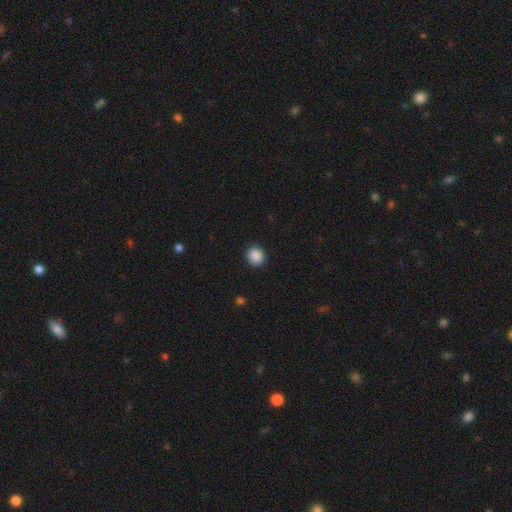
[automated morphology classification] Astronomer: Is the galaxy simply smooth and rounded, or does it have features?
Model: smooth — 89%.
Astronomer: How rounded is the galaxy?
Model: round — 79%.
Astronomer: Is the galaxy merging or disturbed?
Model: none — 90%.